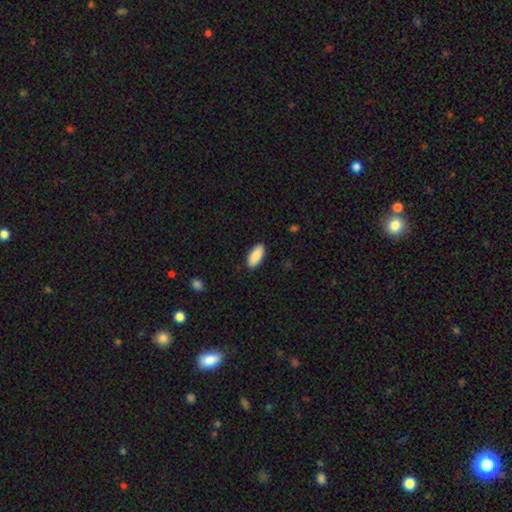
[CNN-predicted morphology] Smooth or featured?
  - smooth: 89% *
  - star or artifact: 6%
  - featured or disk: 5%
How rounded?
  - in between: 89% *
  - cigar-shaped: 10%
  - round: 2%
Merging?
  - none: 89% *
  - minor disturbance: 8%
  - major disturbance: 2%
  - merger: 1%